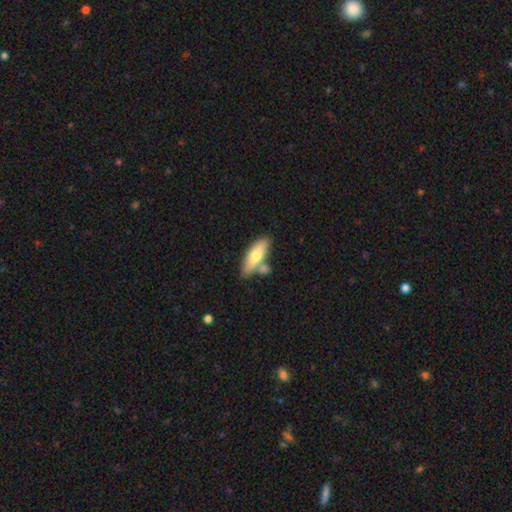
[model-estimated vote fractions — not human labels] Morphology: type=smooth (70%); roundness=in between (61%); merging=none (59%).